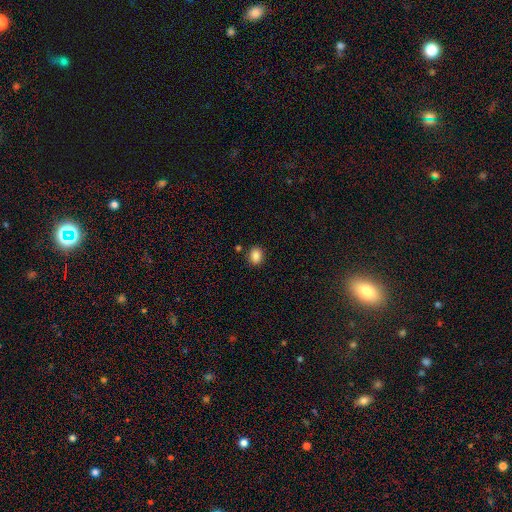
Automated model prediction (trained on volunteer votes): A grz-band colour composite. It shows a smooth galaxy with no disk features (86%) that is in between round and cigar-shaped (55%). Merging: none (85%).